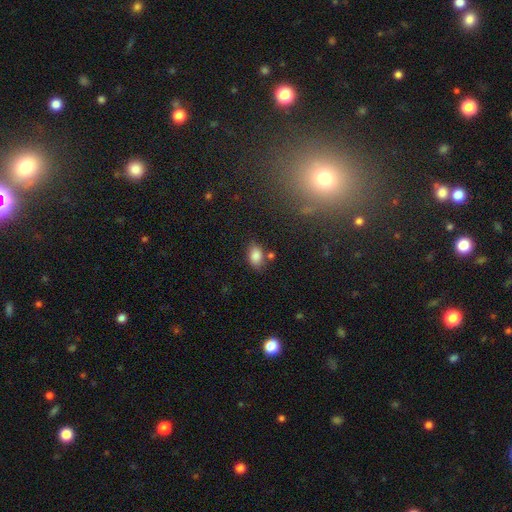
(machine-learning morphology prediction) This appears to be a smooth galaxy with no disk features (84%) that is in between round and cigar-shaped (86%). Merging: none (73%).